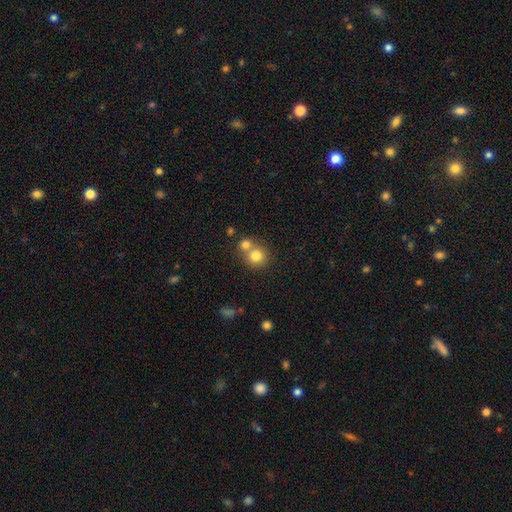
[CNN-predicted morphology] Smooth or featured: smooth — 79% (star or artifact — 11%)
How rounded: round — 88% (in between — 11%)
Merging: none — 47% (merger — 45%)